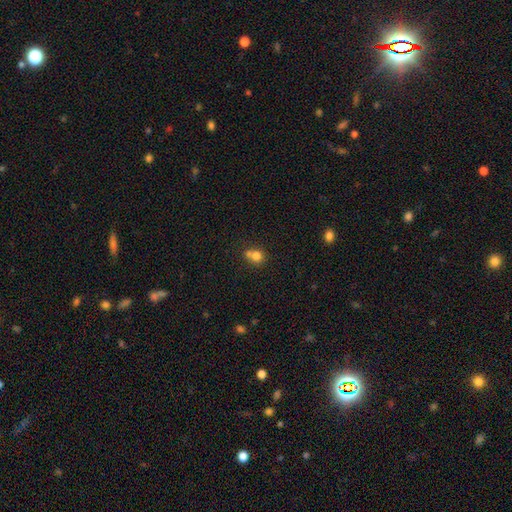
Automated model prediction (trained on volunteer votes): Smooth or featured? smooth (78%)
How rounded? round (77%)
Merging? none (45%)